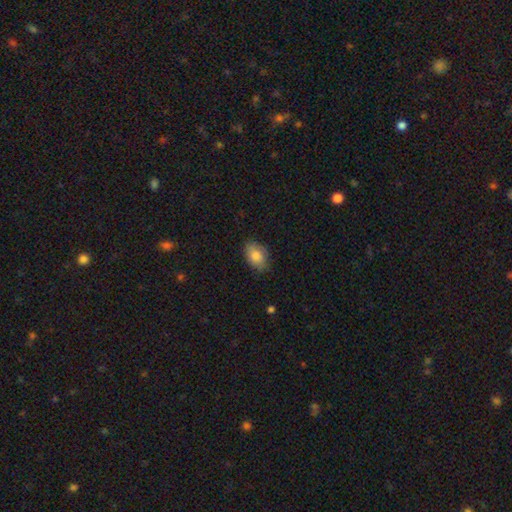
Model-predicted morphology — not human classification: Smooth or featured?
  - smooth: 80% *
  - featured or disk: 13%
  - star or artifact: 7%
How rounded?
  - in between: 86% *
  - round: 13%
  - cigar-shaped: 1%
Merging?
  - none: 77% *
  - minor disturbance: 19%
  - major disturbance: 4%
  - merger: 1%